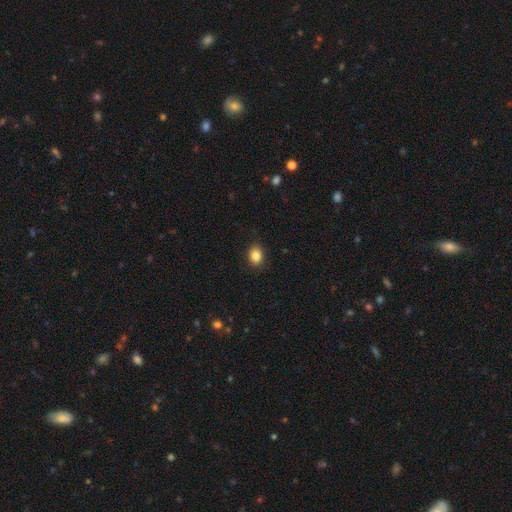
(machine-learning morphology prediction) smooth_or_featured: smooth (p=0.86) [alt: star or artifact p=0.10]
how_rounded: in between (p=0.58) [alt: round p=0.41]
merging: none (p=0.89) [alt: minor disturbance p=0.08]